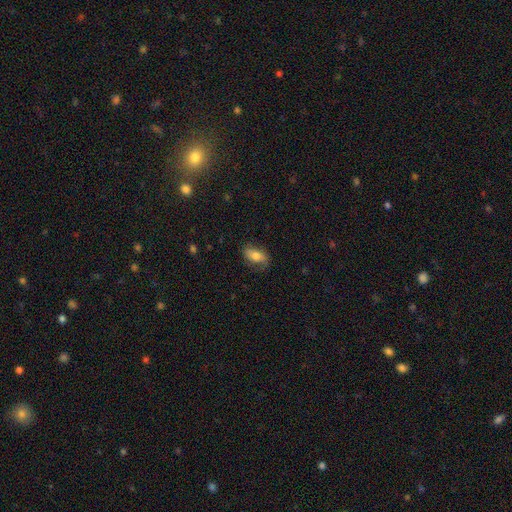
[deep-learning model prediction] The model was most divided on "smooth or featured": smooth: 61%, featured or disk: 31%, star or artifact: 8%. More confident: how rounded — in between (86%); merging — none (70%).